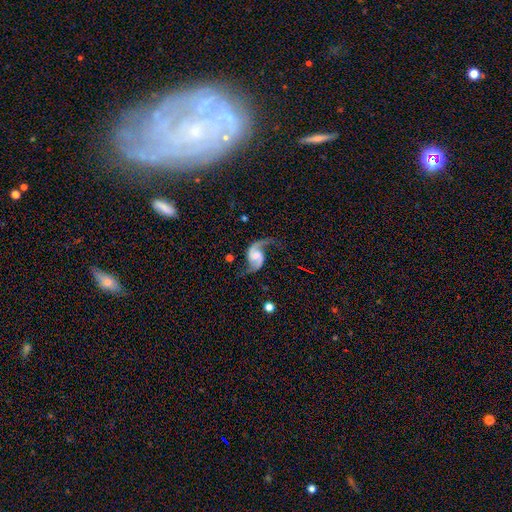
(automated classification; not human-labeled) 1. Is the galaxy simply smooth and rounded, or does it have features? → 91% featured or disk, 5% star or artifact, 4% smooth.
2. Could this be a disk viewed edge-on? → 98% no, 2% yes.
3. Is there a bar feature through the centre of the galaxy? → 46% no, 40% weak, 14% strong.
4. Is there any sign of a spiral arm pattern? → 98% yes, 2% no.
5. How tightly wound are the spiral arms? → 68% loose, 27% medium, 5% tight.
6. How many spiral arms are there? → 94% 2, 2% 1, 1% can't tell, 1% 3, 1% 4, 1% more than 4.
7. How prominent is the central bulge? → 30% none, 28% small, 27% moderate, 12% large, 3% dominant.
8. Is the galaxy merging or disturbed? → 73% none, 15% minor disturbance, 10% major disturbance, 2% merger.